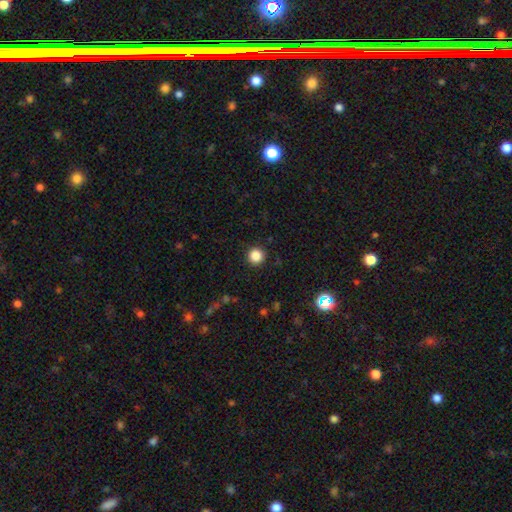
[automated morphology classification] Q: Smooth or featured?
A: smooth (86%); runner-up: star or artifact (11%)
Q: How rounded?
A: round (96%); runner-up: in between (3%)
Q: Merging?
A: none (92%); runner-up: minor disturbance (5%)